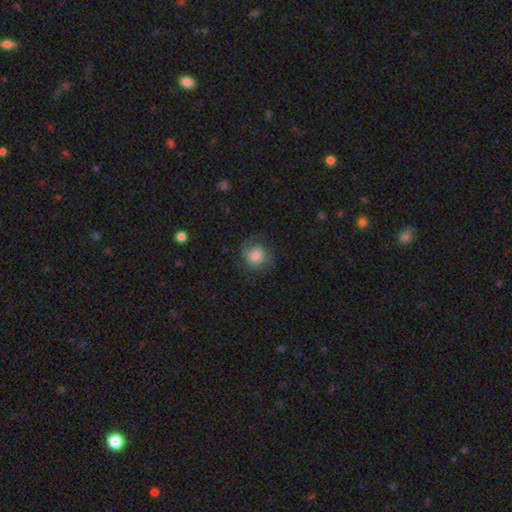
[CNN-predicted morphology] smooth_or_featured: smooth (p=0.59) [alt: featured or disk p=0.32]
how_rounded: round (p=0.87) [alt: in between p=0.12]
merging: none (p=0.69) [alt: minor disturbance p=0.18]